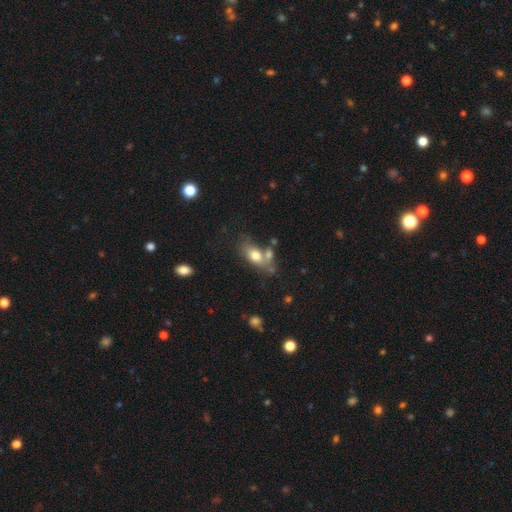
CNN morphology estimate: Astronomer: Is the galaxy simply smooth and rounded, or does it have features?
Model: smooth — 72%.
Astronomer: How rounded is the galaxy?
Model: in between — 82%.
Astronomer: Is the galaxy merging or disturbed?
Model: none — 45% (runner-up: merger, 29%).